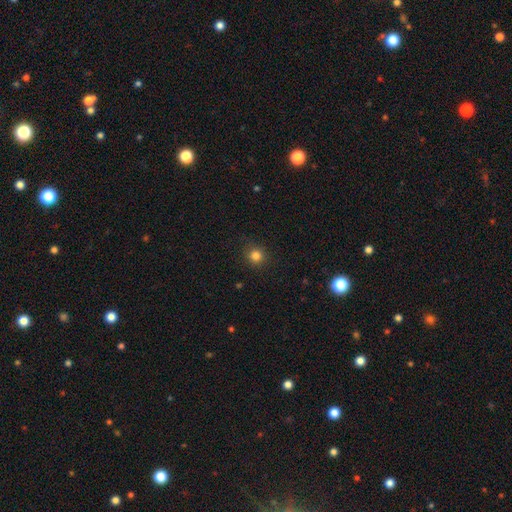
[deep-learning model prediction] smooth_or_featured: smooth (p=0.82) [alt: star or artifact p=0.13]
how_rounded: round (p=0.92) [alt: in between p=0.07]
merging: none (p=0.89) [alt: minor disturbance p=0.08]